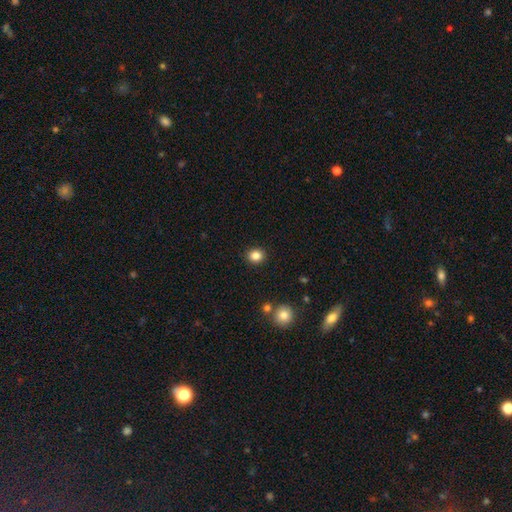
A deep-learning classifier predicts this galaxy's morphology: Overall: smooth (85%). How rounded: round (79%). Merging: none (91%).